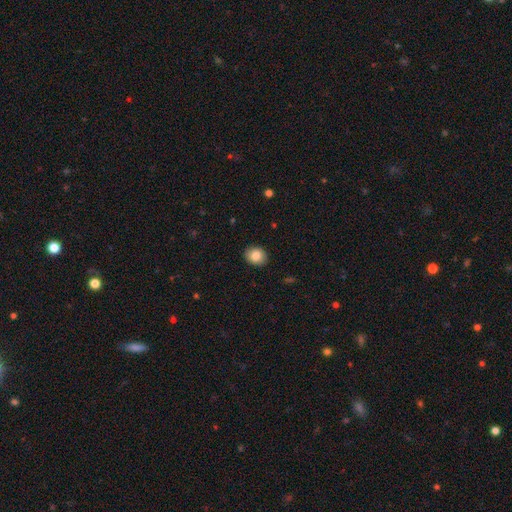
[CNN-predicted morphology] Smooth or featured? Predicted: smooth (p=0.86). How rounded? Predicted: round (p=0.57). Merging? Predicted: none (p=0.90).